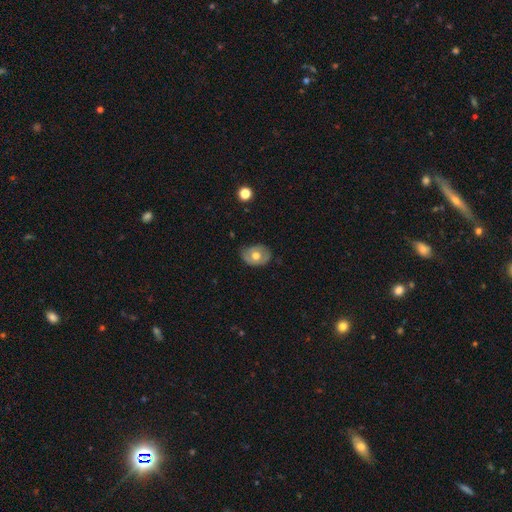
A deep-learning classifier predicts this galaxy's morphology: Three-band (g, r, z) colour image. It shows a smooth galaxy with no disk features (56%) that is in between round and cigar-shaped (65%). Merging: none (69%).